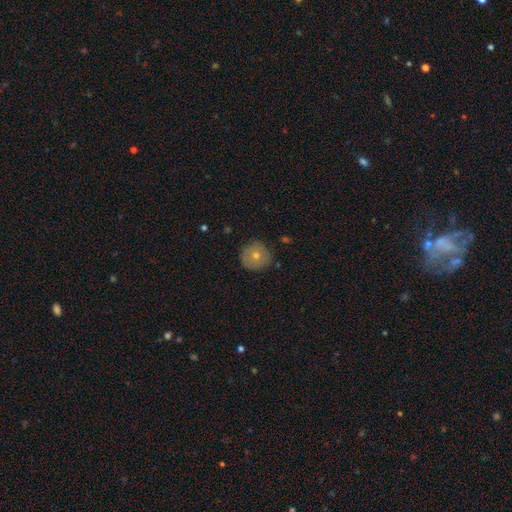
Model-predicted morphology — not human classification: Smooth or featured? smooth (66%)
How rounded? round (94%)
Merging? none (85%)